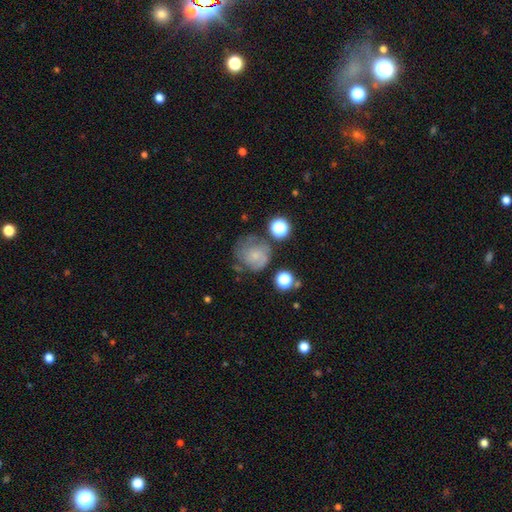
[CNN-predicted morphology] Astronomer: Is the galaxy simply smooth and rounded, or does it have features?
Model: smooth — 58%.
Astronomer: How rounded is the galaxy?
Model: round — 82%.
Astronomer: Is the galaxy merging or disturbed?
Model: none — 46% (runner-up: minor disturbance, 27%).